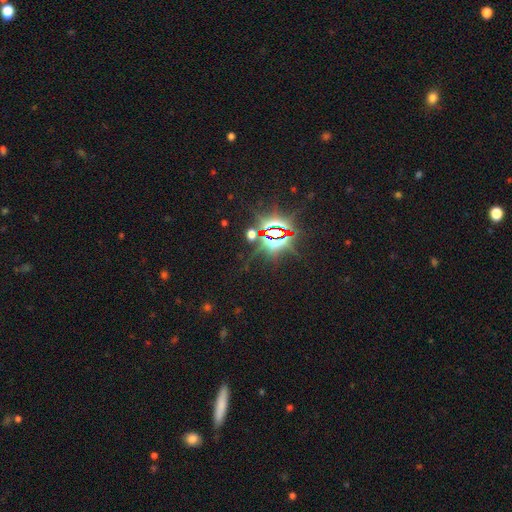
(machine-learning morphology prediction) Smooth or featured? star or artifact (83%)